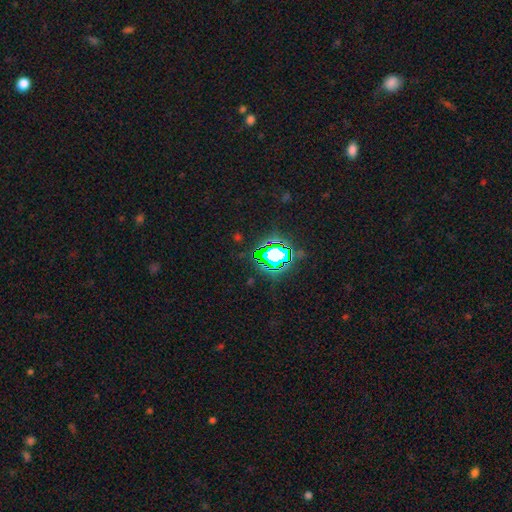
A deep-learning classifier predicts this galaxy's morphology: A star or artifact, not a galaxy (81%).

Vote fractions:
- Smooth or featured? star or artifact: 81% / smooth: 13% / featured or disk: 7%